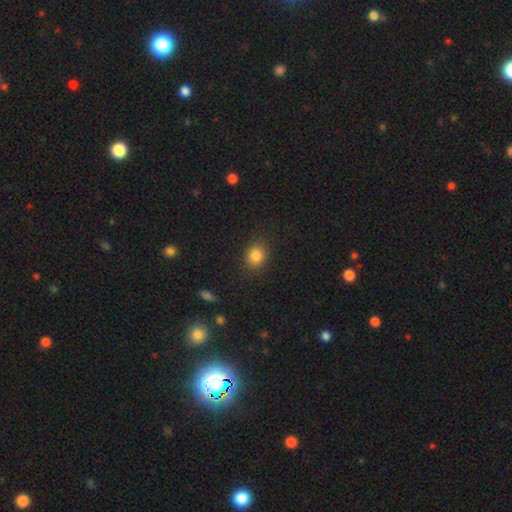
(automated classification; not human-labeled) The model was most divided on "how rounded": round: 62%, in between: 37%, cigar-shaped: 1%. More confident: merging — none (86%); smooth or featured — smooth (83%).